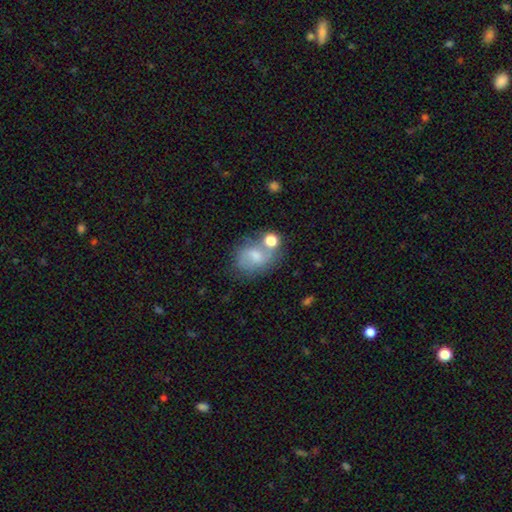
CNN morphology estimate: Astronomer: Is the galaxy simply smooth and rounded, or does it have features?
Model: smooth — 47% (runner-up: featured or disk, 41%).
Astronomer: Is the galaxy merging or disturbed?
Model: none — 47% (runner-up: merger, 23%).